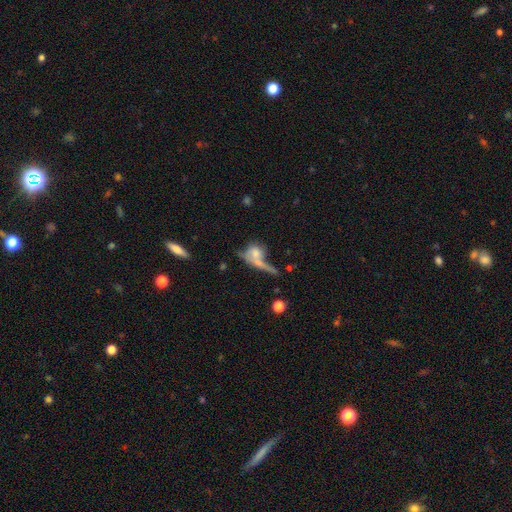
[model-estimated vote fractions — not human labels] Smooth or featured? smooth (58%)
How rounded? round (49%)
Merging? merger (42%)